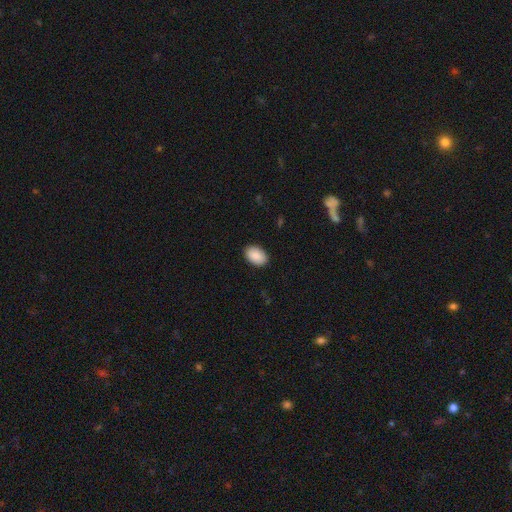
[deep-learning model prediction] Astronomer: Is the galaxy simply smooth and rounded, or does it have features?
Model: smooth — 90%.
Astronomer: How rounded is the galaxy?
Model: in between — 90%.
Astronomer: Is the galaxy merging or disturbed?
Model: none — 90%.